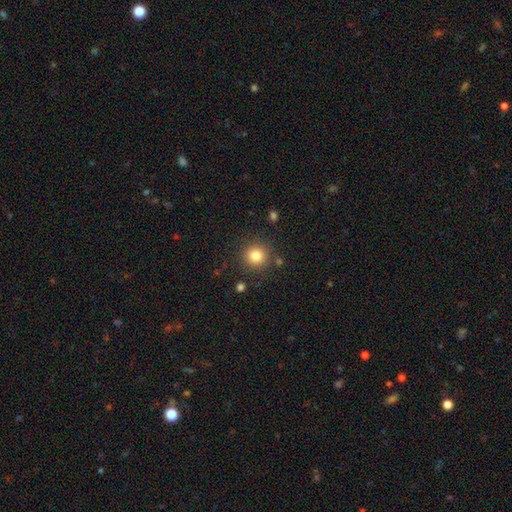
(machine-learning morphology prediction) Smooth or featured?
  - smooth: 82% *
  - star or artifact: 12%
  - featured or disk: 6%
How rounded?
  - round: 93% *
  - in between: 6%
  - cigar-shaped: 1%
Merging?
  - none: 87% *
  - minor disturbance: 7%
  - major disturbance: 3%
  - merger: 3%